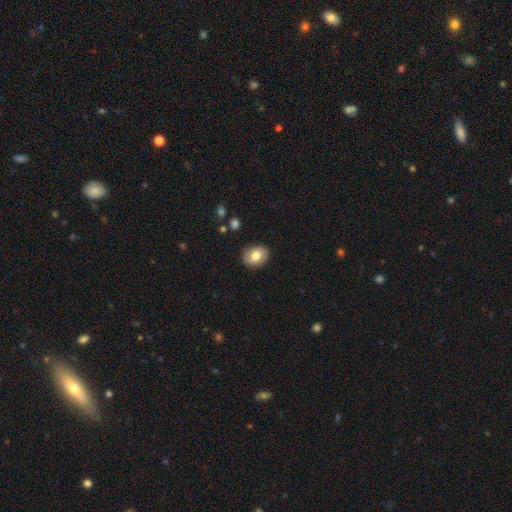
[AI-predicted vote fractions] This is likely a smooth galaxy (78%). How rounded: possibly in between (54%). Merging: clearly none (84%).